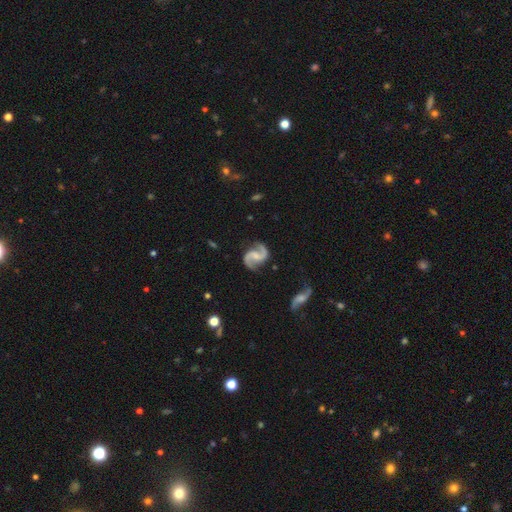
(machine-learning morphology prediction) A featured or disk galaxy (92%) with a weak bar (42%, tied with no), 2 (94%) medium (54%) spiral arms (98%) and no central bulge (44%).

Vote fractions:
- Smooth or featured? featured or disk: 92% / star or artifact: 4% / smooth: 4%
- Edge-on disk? no: 98% / yes: 2%
- Bar? weak: 42% (tied) / no: 42% (tied) / strong: 16%
- Spiral arms? yes: 98% / no: 2%
- Spiral winding? medium: 54% / loose: 35% / tight: 11%
- Spiral arm count? 2: 94% / can't tell: 1% / 1: 1% / 3: 1% / 4: 1% / more than 4: 1%
- Bulge size? none: 44% / small: 32% / moderate: 19% / large: 3% / dominant: 1%
- Merging? none: 82% / minor disturbance: 12% / major disturbance: 4% / merger: 2%